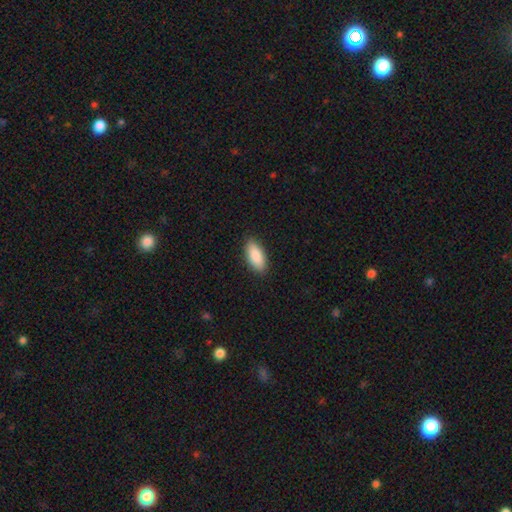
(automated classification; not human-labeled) Smooth or featured: smooth — 89% (star or artifact — 6%)
How rounded: in between — 88% (cigar-shaped — 10%)
Merging: none — 89% (minor disturbance — 8%)